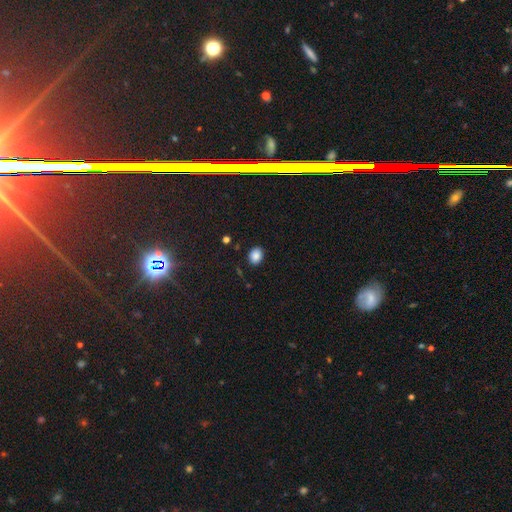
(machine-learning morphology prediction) smooth 87%, star or artifact 9%, featured or disk 4%. Down the decision tree: how rounded — in between (57%); merging — none (87%).